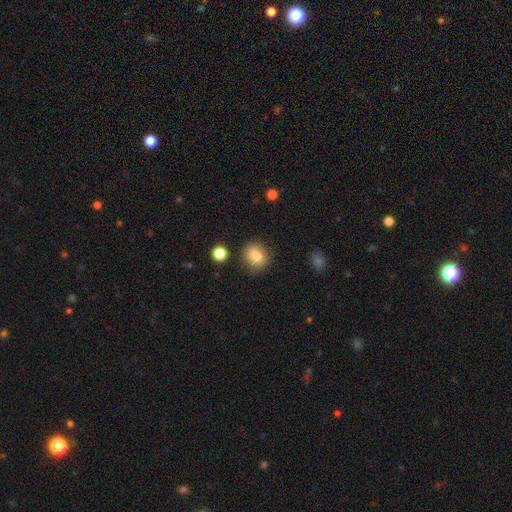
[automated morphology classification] A smooth galaxy with no disk features (83%) that is round (75%). Merging: none (85%).